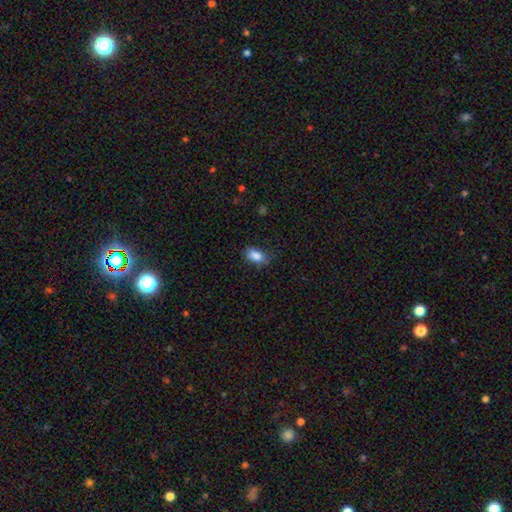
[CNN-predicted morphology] Smooth or featured: smooth — 86% (star or artifact — 8%)
How rounded: in between — 90% (round — 7%)
Merging: none — 68% (minor disturbance — 24%)